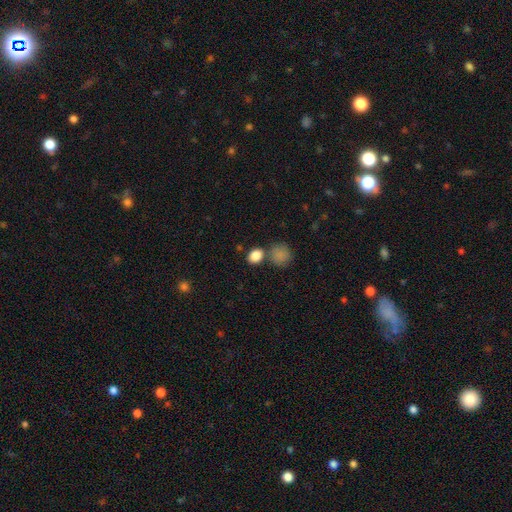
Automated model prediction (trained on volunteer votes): Overall: smooth (86%). How rounded: in between (55%; round 43%). Merging: none (65%).